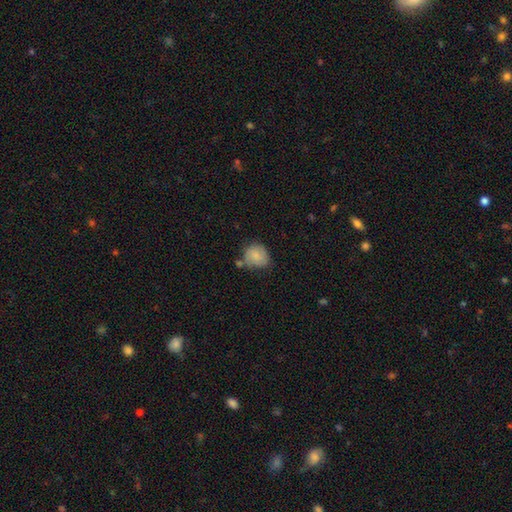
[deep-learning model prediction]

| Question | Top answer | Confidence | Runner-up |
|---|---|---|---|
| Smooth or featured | smooth | 79% | featured or disk (14%) |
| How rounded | round | 73% | in between (26%) |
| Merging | none | 53% | minor disturbance (26%) |